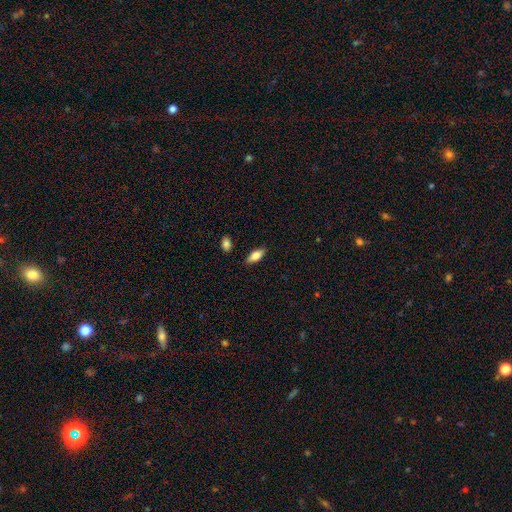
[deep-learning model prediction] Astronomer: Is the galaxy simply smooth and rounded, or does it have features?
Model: smooth — 75%.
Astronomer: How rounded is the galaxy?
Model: in between — 81%.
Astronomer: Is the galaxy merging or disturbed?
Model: none — 86%.